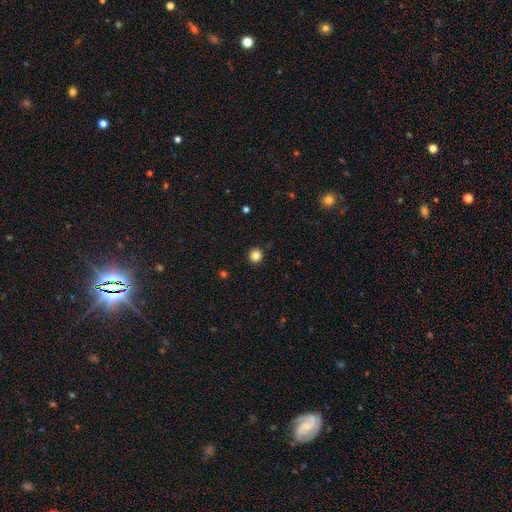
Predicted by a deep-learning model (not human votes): A smooth galaxy with no disk features (84%) that is round (95%).

Vote fractions:
- Smooth or featured? smooth: 84% / star or artifact: 12% / featured or disk: 5%
- How rounded? round: 95% / in between: 4% / cigar-shaped: 1%
- Merging? none: 93% / minor disturbance: 4% / major disturbance: 1% / merger: 1%